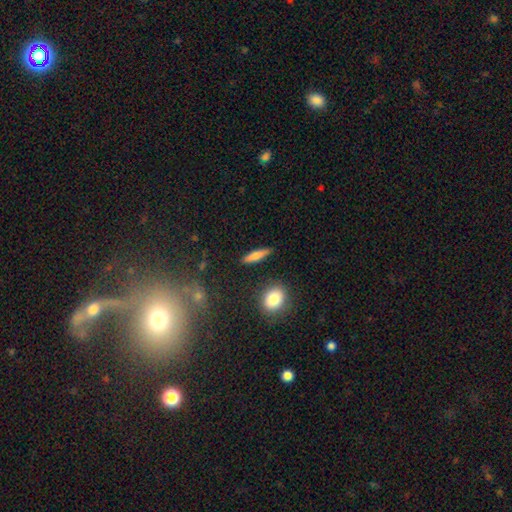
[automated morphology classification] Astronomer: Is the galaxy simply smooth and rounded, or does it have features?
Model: smooth — 67%.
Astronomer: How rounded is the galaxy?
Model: cigar-shaped — 76%.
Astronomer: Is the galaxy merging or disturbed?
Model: none — 88%.